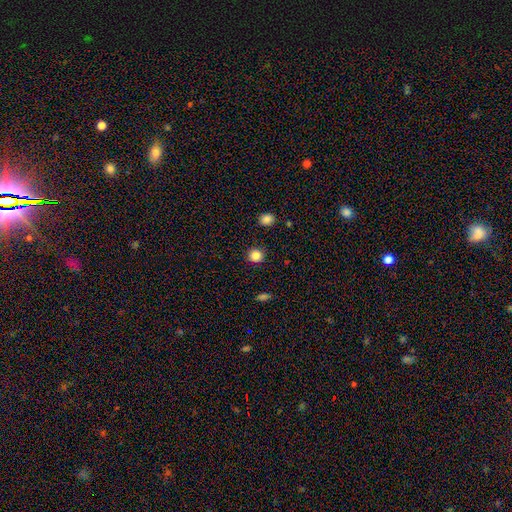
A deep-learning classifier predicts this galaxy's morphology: This is clearly a smooth galaxy (85%). How rounded: clearly round (92%). Merging: clearly none (91%).